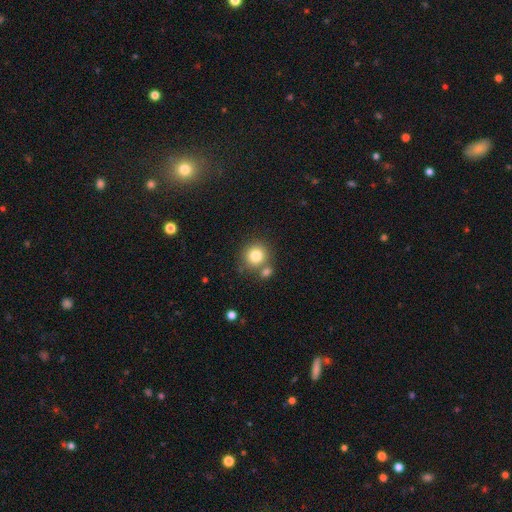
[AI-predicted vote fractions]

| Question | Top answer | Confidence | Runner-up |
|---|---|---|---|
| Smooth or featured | smooth | 81% | star or artifact (10%) |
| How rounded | round | 89% | in between (10%) |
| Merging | none | 66% | merger (22%) |